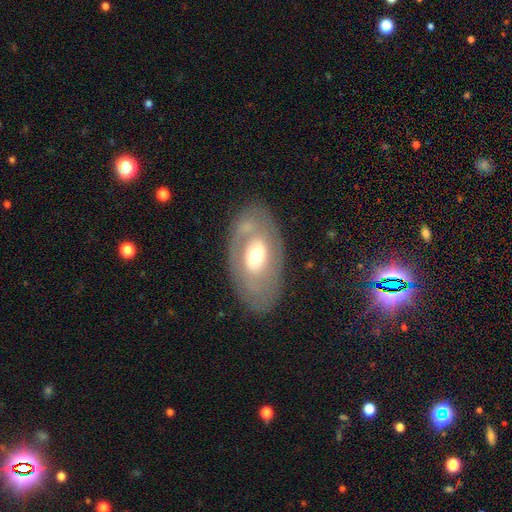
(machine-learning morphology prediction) A featured or disk galaxy (59%) with no bar (67%), no spiral arms (63%) and a moderate central bulge (56%). Merging: none (78%).